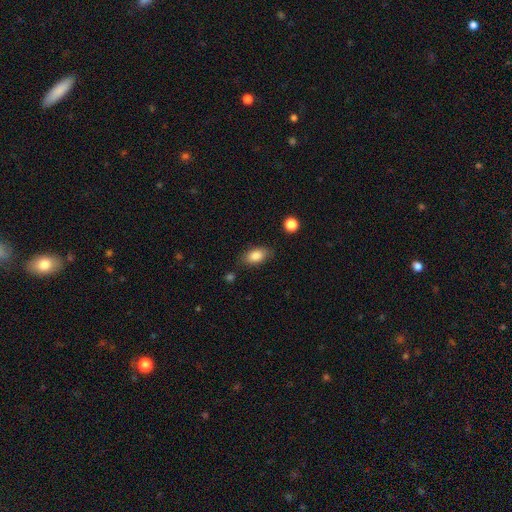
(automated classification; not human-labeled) Morphology: type=smooth (84%); roundness=in between (90%); merging=none (79%).